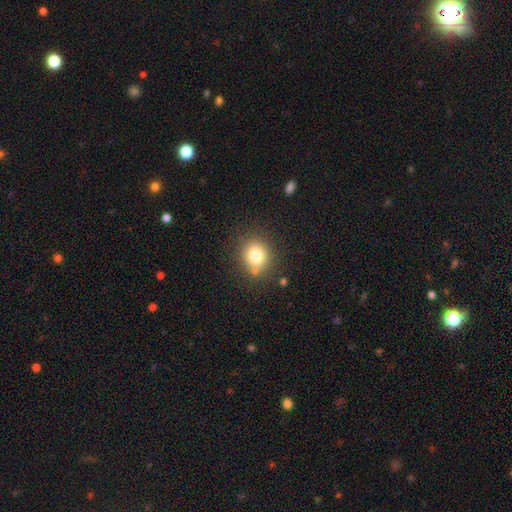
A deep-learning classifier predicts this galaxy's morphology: Overall: smooth (78%). How rounded: round (75%). Merging: none (76%).